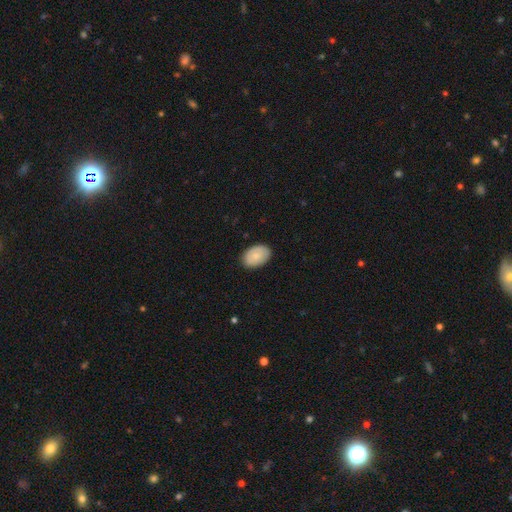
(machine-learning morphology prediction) Smooth or featured?
  - smooth: 79% *
  - featured or disk: 15%
  - star or artifact: 6%
How rounded?
  - in between: 88% *
  - round: 11%
  - cigar-shaped: 1%
Merging?
  - none: 86% *
  - minor disturbance: 11%
  - major disturbance: 2%
  - merger: 1%